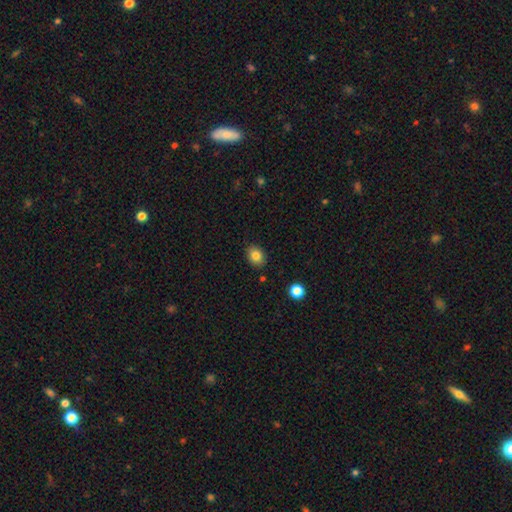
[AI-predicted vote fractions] Q: Smooth or featured?
A: smooth (83%); runner-up: star or artifact (10%)
Q: How rounded?
A: in between (58%); runner-up: round (41%)
Q: Merging?
A: none (88%); runner-up: minor disturbance (9%)